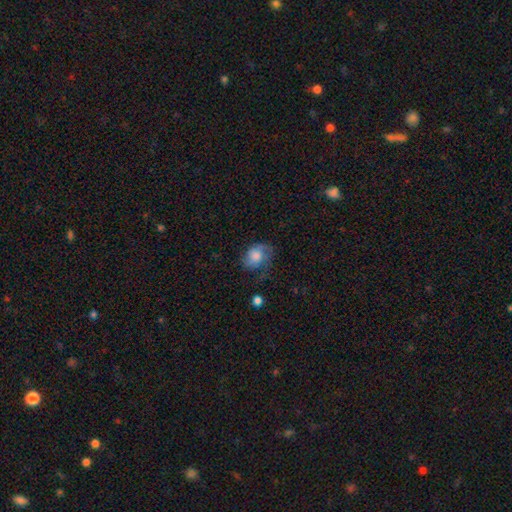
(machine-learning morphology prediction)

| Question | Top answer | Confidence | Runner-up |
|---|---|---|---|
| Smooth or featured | smooth | 67% | featured or disk (25%) |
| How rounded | in between | 57% | round (42%) |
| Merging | none | 49% | minor disturbance (31%) |